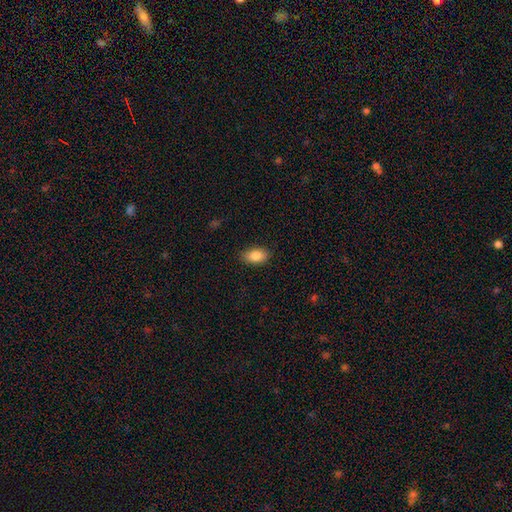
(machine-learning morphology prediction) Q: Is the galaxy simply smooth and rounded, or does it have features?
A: smooth — 86%.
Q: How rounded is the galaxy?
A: in between — 91%.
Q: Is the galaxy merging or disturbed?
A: none — 88%.